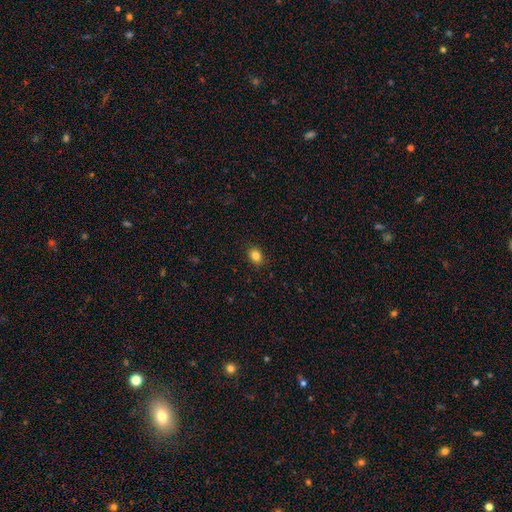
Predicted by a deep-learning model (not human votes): Smooth or featured?
  - smooth: 84% *
  - star or artifact: 11%
  - featured or disk: 5%
How rounded?
  - in between: 53% *
  - round: 46%
  - cigar-shaped: 1%
Merging?
  - none: 89% *
  - minor disturbance: 8%
  - major disturbance: 2%
  - merger: 1%